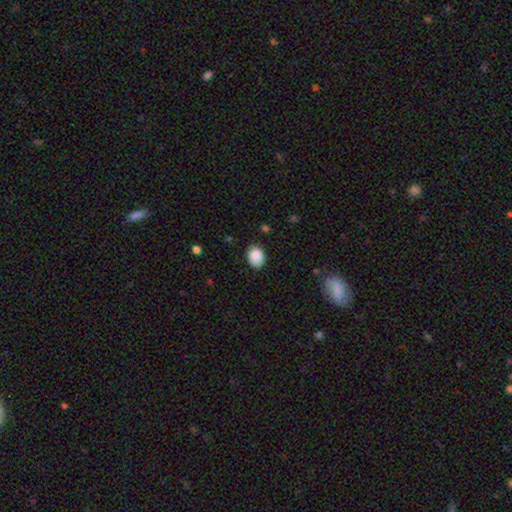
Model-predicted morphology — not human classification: Smooth or featured? Predicted: smooth (p=0.88). How rounded? Predicted: in between (p=0.61). Merging? Predicted: none (p=0.81).